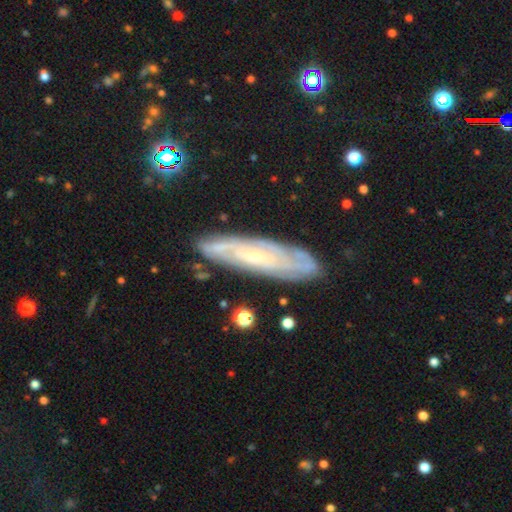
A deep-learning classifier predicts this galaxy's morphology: Overall: featured or disk (74%). Edge-on disk: no (68%; yes 32%). Bar: no (65%; weak 28%). Spiral arms: yes (88%). Bulge size: small (77%). Merging: none (81%).